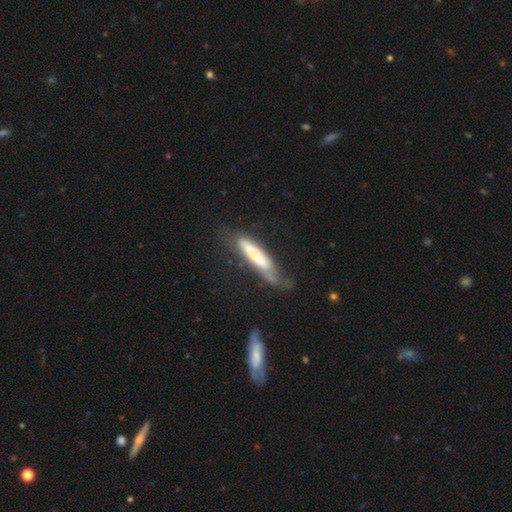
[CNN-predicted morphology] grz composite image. It shows a featured or disk galaxy (51%) viewed edge-on (51%). Merging: none (43%).